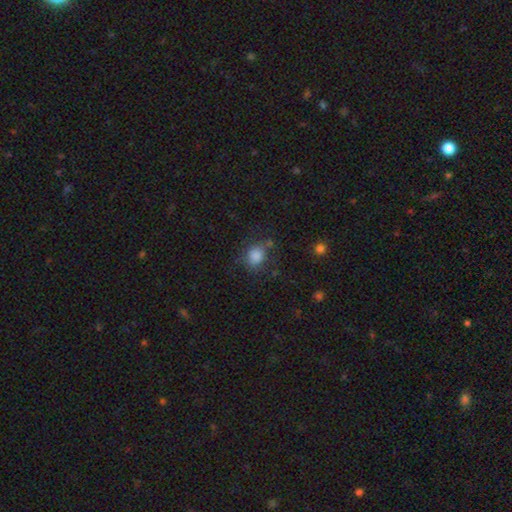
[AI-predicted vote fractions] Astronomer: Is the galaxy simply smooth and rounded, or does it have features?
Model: smooth — 82%.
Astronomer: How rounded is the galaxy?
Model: round — 62% (runner-up: in between, 37%).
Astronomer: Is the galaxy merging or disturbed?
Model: none — 65%.